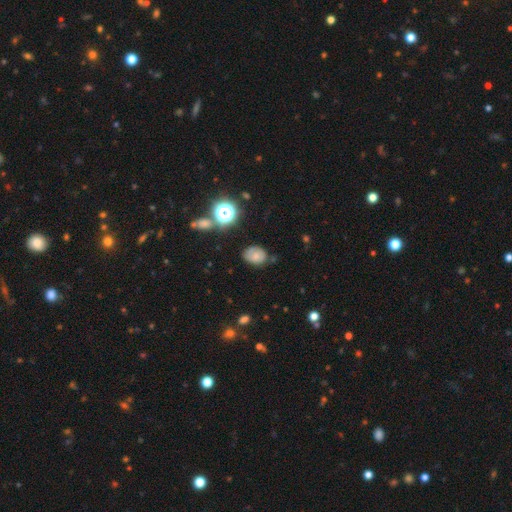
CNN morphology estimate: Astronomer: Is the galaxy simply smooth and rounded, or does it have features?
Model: smooth — 67%.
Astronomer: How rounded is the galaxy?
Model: in between — 62% (runner-up: round, 37%).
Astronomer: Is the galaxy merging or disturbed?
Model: none — 65%.